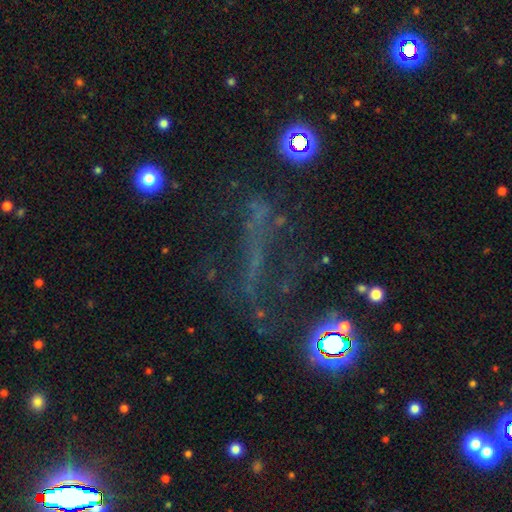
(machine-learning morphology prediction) smooth-or-featured: star or artifact: 47% | featured or disk: 31% | smooth: 23%